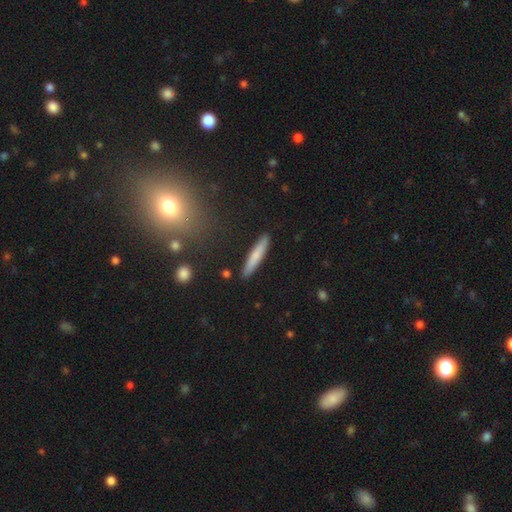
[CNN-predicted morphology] type=smooth (73%); roundness=cigar-shaped (92%); merging=none (89%).